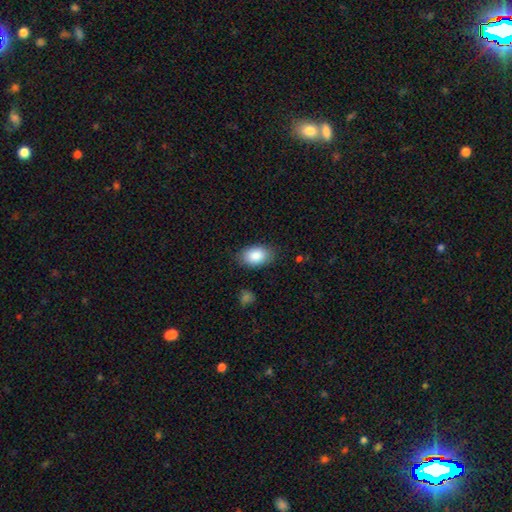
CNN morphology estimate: This appears to be a smooth galaxy with no disk features (87%) that is in between round and cigar-shaped (88%). Merging: none (83%).